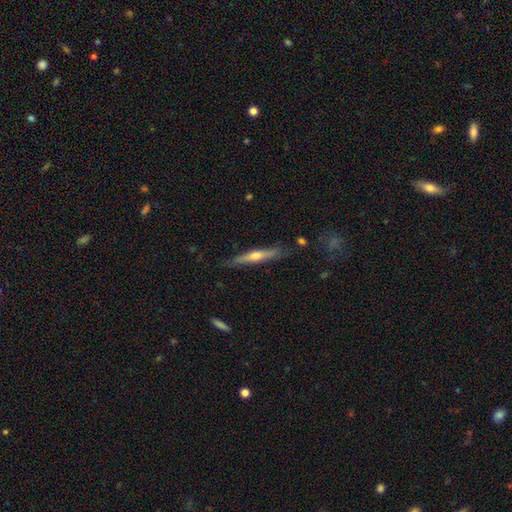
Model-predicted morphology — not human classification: type=featured or disk (61%); edge-on=yes (96%); edge-on bulge=rounded (82%); merging=none (84%).